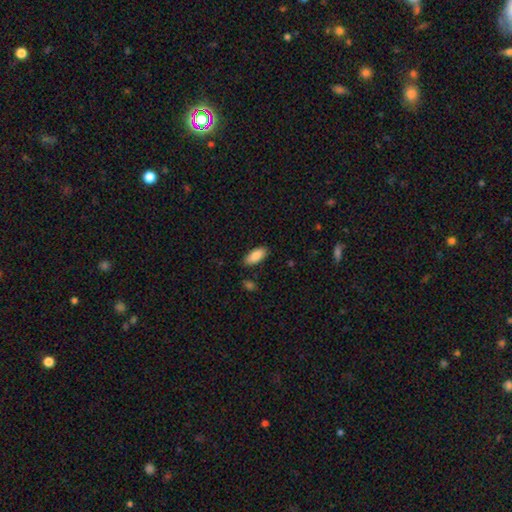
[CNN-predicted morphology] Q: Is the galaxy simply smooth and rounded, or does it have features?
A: smooth — 88%.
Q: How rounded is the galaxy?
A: in between — 89%.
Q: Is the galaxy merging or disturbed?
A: none — 85%.